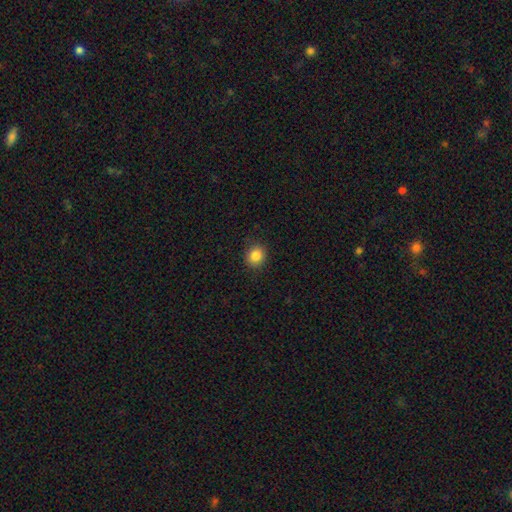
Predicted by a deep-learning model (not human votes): smooth_or_featured: smooth (p=0.85) [alt: star or artifact p=0.10]
how_rounded: round (p=0.79) [alt: in between p=0.21]
merging: none (p=0.90) [alt: minor disturbance p=0.07]